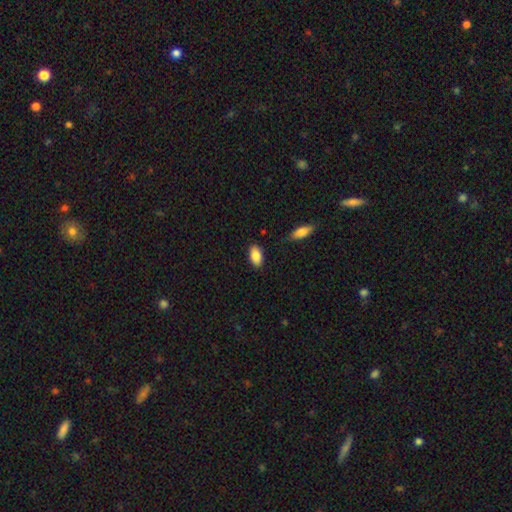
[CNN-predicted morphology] The model was most divided on "merging": none: 86%, minor disturbance: 10%, major disturbance: 2%, merger: 2%. More confident: how rounded — in between (93%); smooth or featured — smooth (88%).